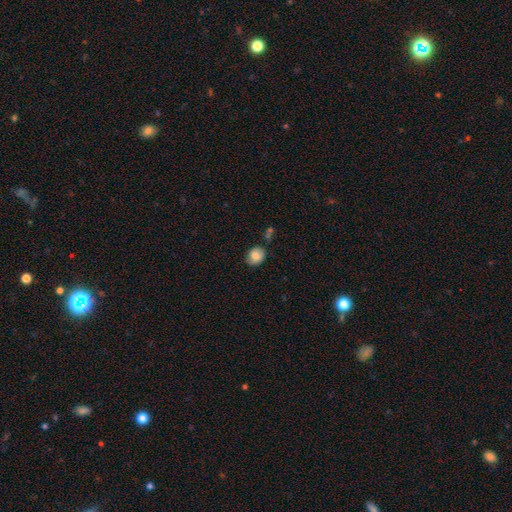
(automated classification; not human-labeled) The model was most divided on "how rounded": round: 55%, in between: 44%, cigar-shaped: 1%. More confident: smooth or featured — smooth (80%); merging — none (72%).